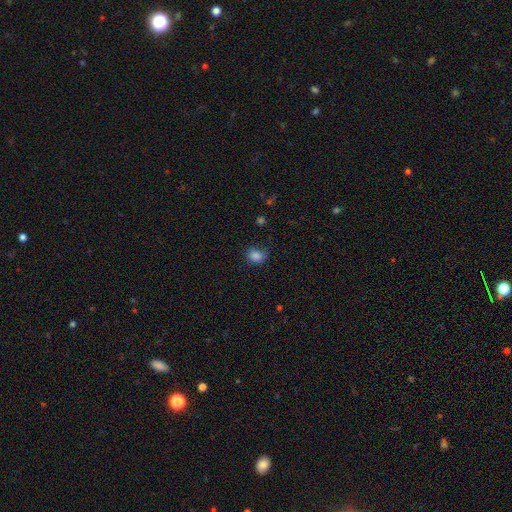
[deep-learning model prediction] smooth-or-featured: smooth: 84% | star or artifact: 11% | featured or disk: 5%
  how-rounded: in between: 56% | round: 43% | cigar-shaped: 1%
  merging: none: 70% | minor disturbance: 22% | major disturbance: 6% | merger: 2%